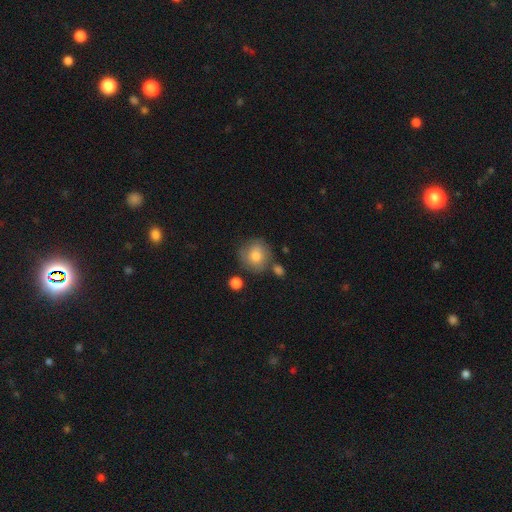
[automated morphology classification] Overall: smooth (76%). How rounded: round (87%). Merging: none (69%).